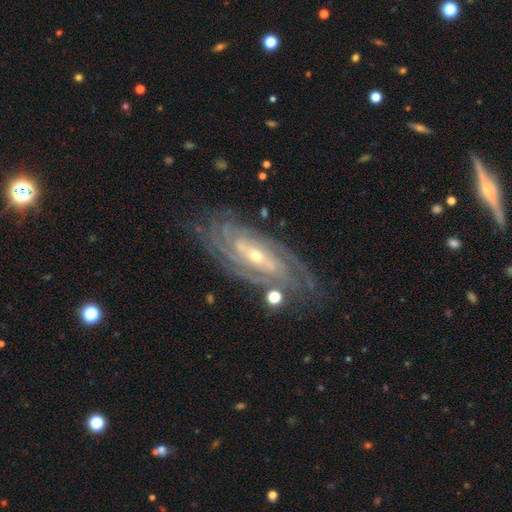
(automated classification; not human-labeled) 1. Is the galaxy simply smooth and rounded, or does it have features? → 89% featured or disk, 6% star or artifact, 5% smooth.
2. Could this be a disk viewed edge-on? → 91% no, 9% yes.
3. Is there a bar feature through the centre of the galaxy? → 42% no, 36% weak, 22% strong.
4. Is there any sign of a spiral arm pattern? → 97% yes, 3% no.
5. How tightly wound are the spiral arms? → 75% tight, 22% medium, 4% loose.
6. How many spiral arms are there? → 29% can't tell, 20% 2, 18% 4, 18% 3, 9% more than 4, 6% 1.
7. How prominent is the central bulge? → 68% small, 29% moderate, 1% large, 1% none, 1% dominant.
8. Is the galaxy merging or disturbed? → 78% none, 15% minor disturbance, 5% major disturbance, 3% merger.